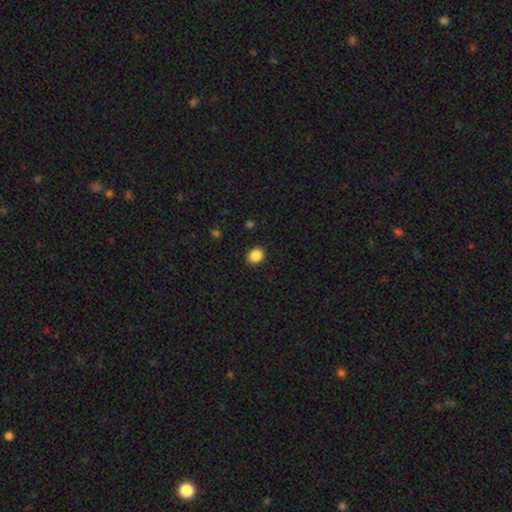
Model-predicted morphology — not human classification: Smooth or featured? Predicted: smooth (p=0.88). How rounded? Predicted: round (p=0.64). Merging? Predicted: none (p=0.91).